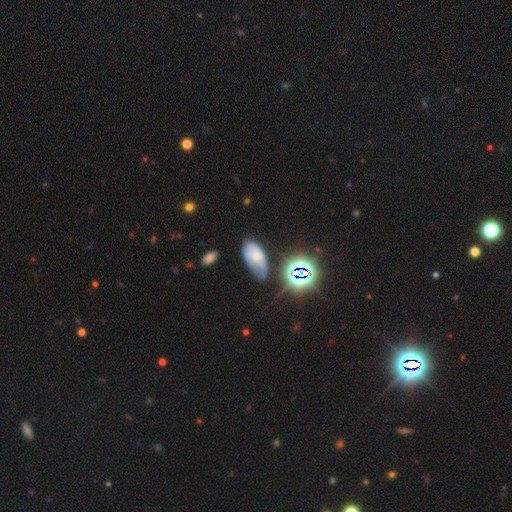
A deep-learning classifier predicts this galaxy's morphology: Smooth or featured?
  - featured or disk: 42% *
  - smooth: 40%
  - star or artifact: 18%
Merging?
  - none: 48% *
  - minor disturbance: 32%
  - major disturbance: 16%
  - merger: 4%